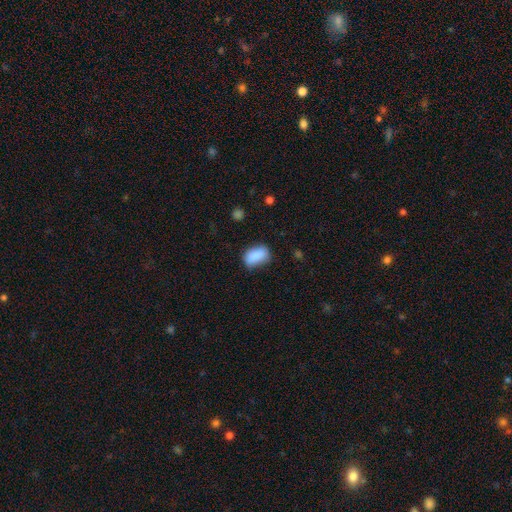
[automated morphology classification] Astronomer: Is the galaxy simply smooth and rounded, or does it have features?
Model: smooth — 85%.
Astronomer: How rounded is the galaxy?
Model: in between — 85%.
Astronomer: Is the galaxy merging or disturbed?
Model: none — 62%.